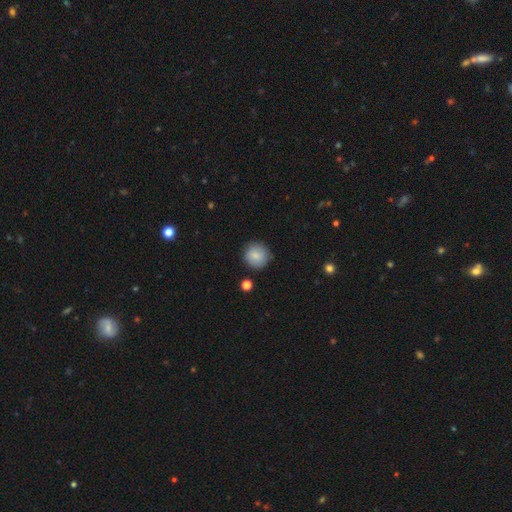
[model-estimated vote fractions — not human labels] Smooth or featured?
  - smooth: 84% *
  - featured or disk: 8%
  - star or artifact: 8%
How rounded?
  - round: 92% *
  - in between: 7%
  - cigar-shaped: 1%
Merging?
  - none: 86% *
  - minor disturbance: 10%
  - major disturbance: 2%
  - merger: 2%